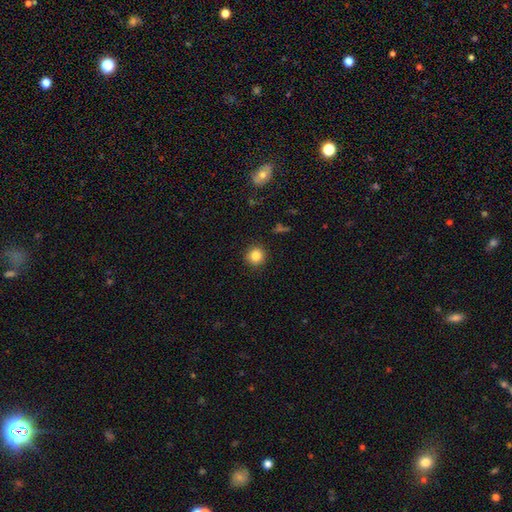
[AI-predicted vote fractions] smooth_or_featured: smooth (p=0.84) [alt: star or artifact p=0.11]
how_rounded: round (p=0.92) [alt: in between p=0.07]
merging: none (p=0.90) [alt: minor disturbance p=0.07]